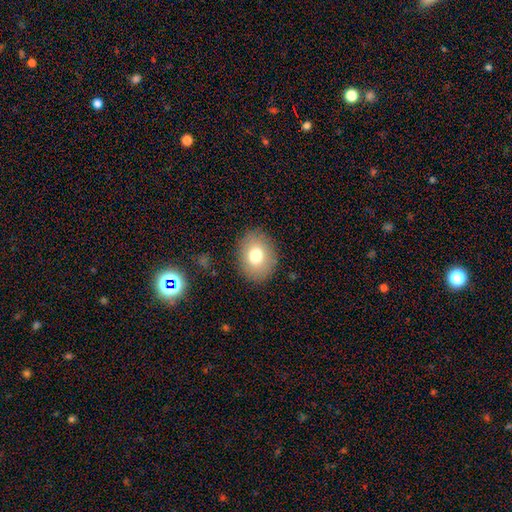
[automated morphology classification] Smooth or featured: smooth — 76% (featured or disk — 15%)
How rounded: in between — 60% (round — 40%)
Merging: none — 87% (minor disturbance — 9%)